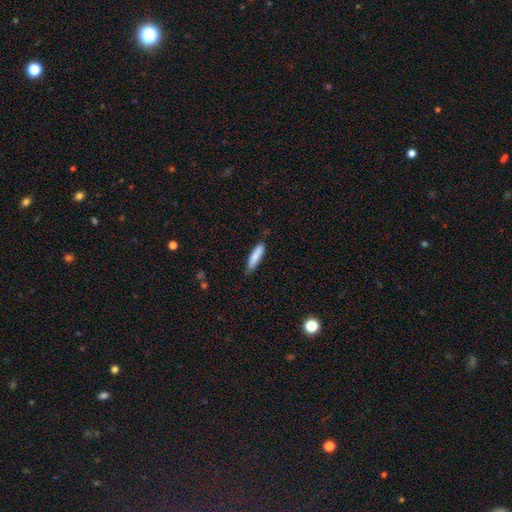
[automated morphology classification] Overall: smooth (83%). How rounded: cigar-shaped (77%). Merging: none (77%).